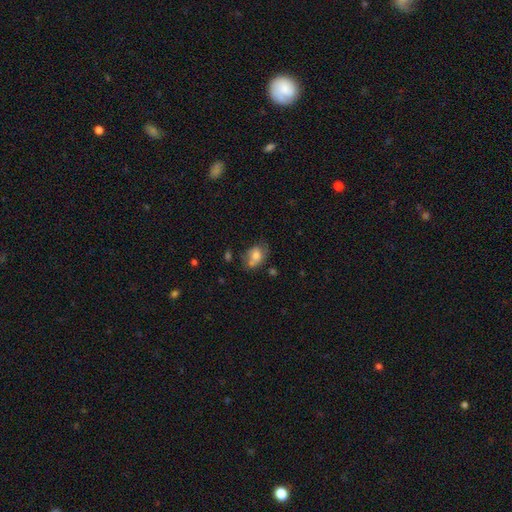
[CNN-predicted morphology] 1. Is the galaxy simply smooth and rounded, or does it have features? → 67% smooth, 23% featured or disk, 9% star or artifact.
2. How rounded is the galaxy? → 77% in between, 21% round, 2% cigar-shaped.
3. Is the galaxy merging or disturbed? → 44% none, 27% minor disturbance, 18% merger, 11% major disturbance.